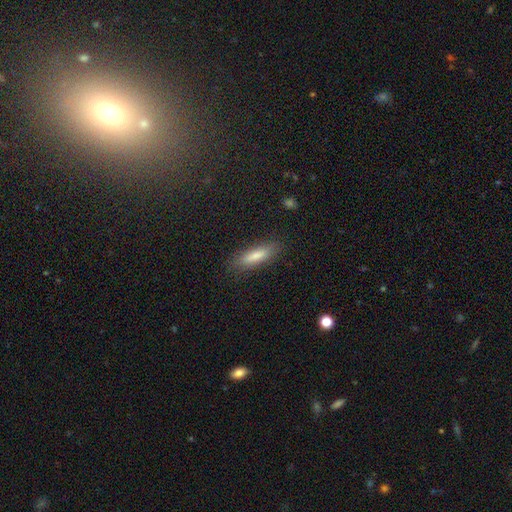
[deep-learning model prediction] Smooth or featured? Predicted: smooth (p=0.80). How rounded? Predicted: cigar-shaped (p=0.63). Merging? Predicted: none (p=0.85).